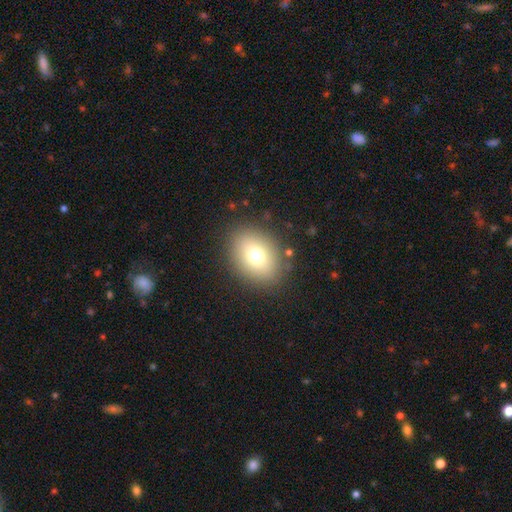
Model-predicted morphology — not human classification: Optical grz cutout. It shows a smooth galaxy with no disk features (74%) that is in between round and cigar-shaped (59%). Merging: none (85%).